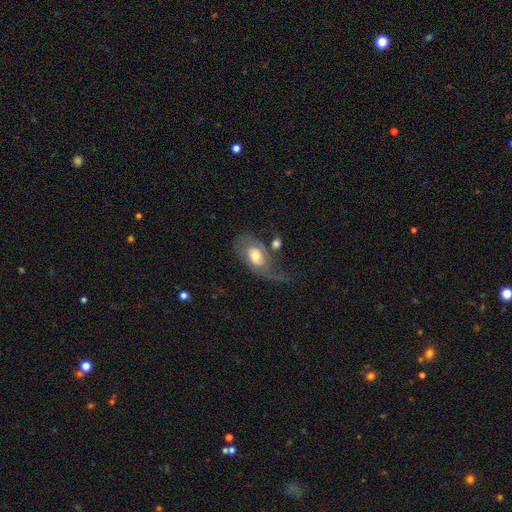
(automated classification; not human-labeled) smooth_or_featured: featured or disk (p=0.61) [alt: smooth p=0.33]
disk_edge_on: no (p=0.94) [alt: yes p=0.06]
bar: no (p=0.68) [alt: weak p=0.26]
has_spiral_arms: yes (p=0.75) [alt: no p=0.25]
bulge_size: moderate (p=0.67) [alt: small p=0.19]
merging: major disturbance (p=0.40) [alt: none p=0.25]